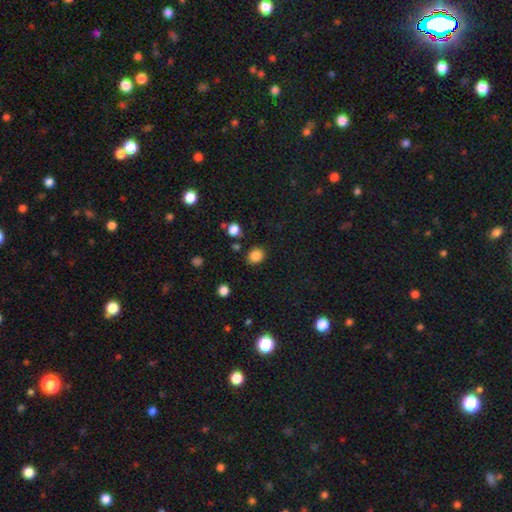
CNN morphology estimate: Smooth or featured?
  - smooth: 85% *
  - star or artifact: 11%
  - featured or disk: 4%
How rounded?
  - round: 74% *
  - in between: 25%
  - cigar-shaped: 1%
Merging?
  - none: 85% *
  - minor disturbance: 9%
  - merger: 3%
  - major disturbance: 3%